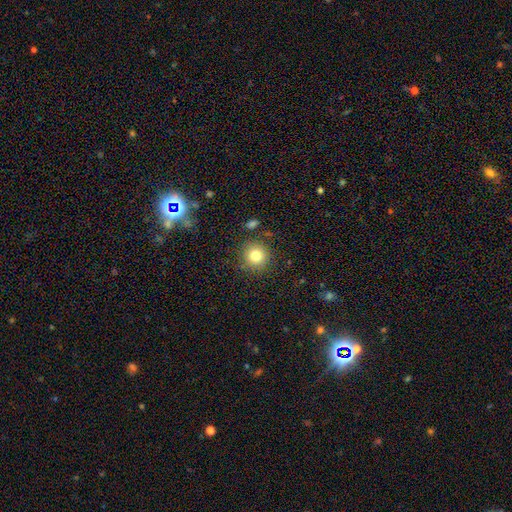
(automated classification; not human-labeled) The model was most divided on "smooth or featured": smooth: 80%, star or artifact: 12%, featured or disk: 8%. More confident: how rounded — round (92%); merging — none (86%).